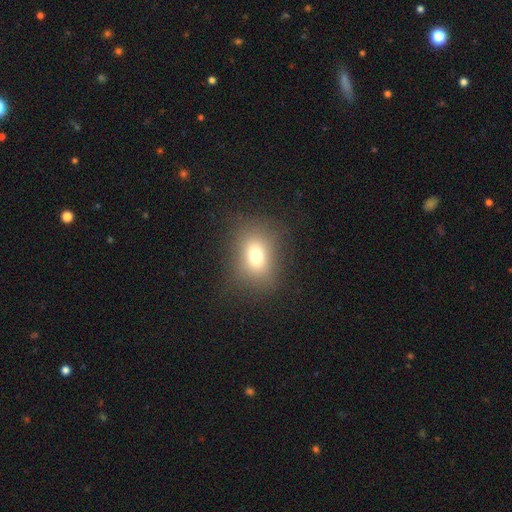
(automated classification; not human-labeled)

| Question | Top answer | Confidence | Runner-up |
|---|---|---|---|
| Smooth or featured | smooth | 72% | star or artifact (15%) |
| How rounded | in between | 58% | round (40%) |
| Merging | none | 80% | minor disturbance (12%) |